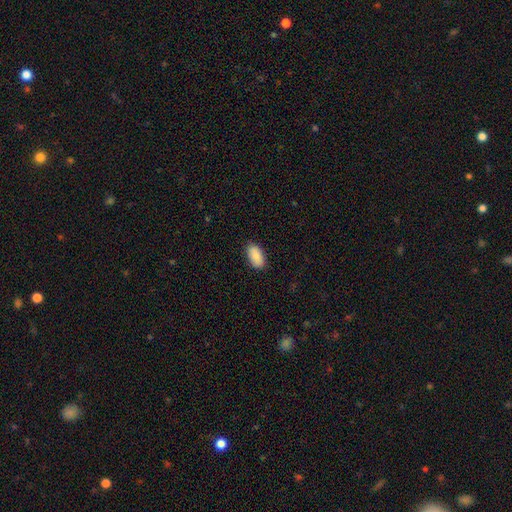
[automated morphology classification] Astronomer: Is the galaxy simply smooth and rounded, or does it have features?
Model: smooth — 88%.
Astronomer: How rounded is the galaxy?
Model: in between — 94%.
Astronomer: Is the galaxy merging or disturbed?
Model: none — 87%.